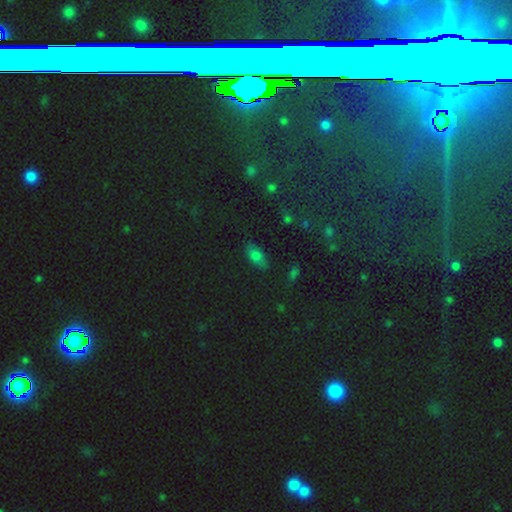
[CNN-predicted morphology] smooth_or_featured: smooth (p=0.67) [alt: star or artifact p=0.21]
how_rounded: in between (p=0.86) [alt: cigar-shaped p=0.07]
merging: none (p=0.80) [alt: minor disturbance p=0.14]